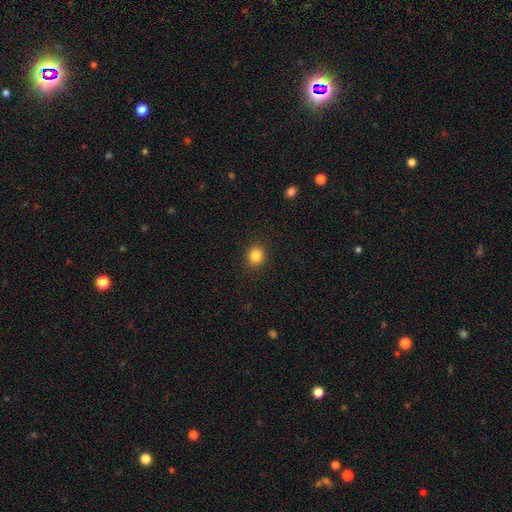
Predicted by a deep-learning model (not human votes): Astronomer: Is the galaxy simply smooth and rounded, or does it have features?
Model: smooth — 84%.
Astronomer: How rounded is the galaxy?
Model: round — 85%.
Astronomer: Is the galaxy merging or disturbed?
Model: none — 91%.